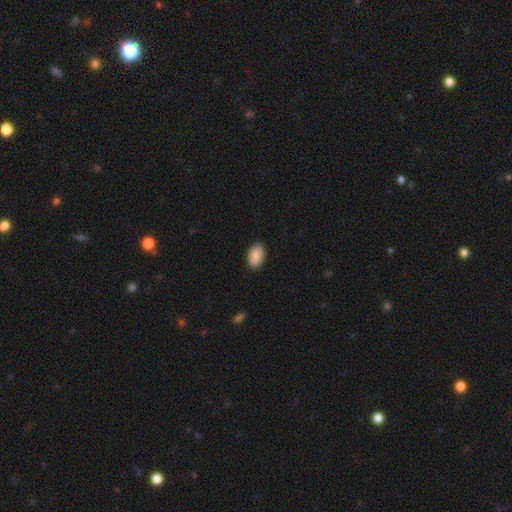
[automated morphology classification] smooth-or-featured: smooth: 88% | star or artifact: 6% | featured or disk: 6%
  how-rounded: in between: 94% | round: 5% | cigar-shaped: 2%
  merging: none: 89% | minor disturbance: 8% | major disturbance: 2% | merger: 1%